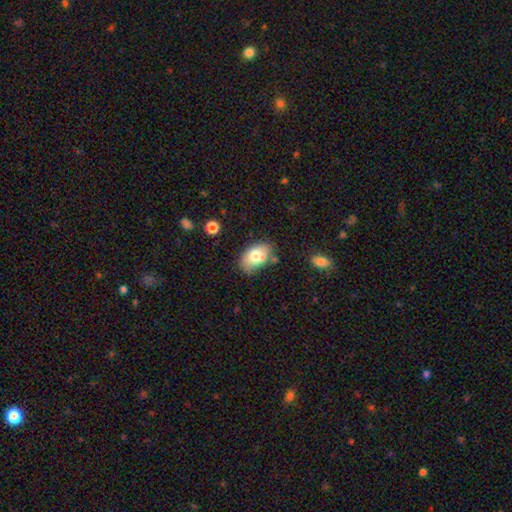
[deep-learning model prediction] Smooth or featured? Predicted: smooth (p=0.74). How rounded? Predicted: in between (p=0.89). Merging? Predicted: none (p=0.66).